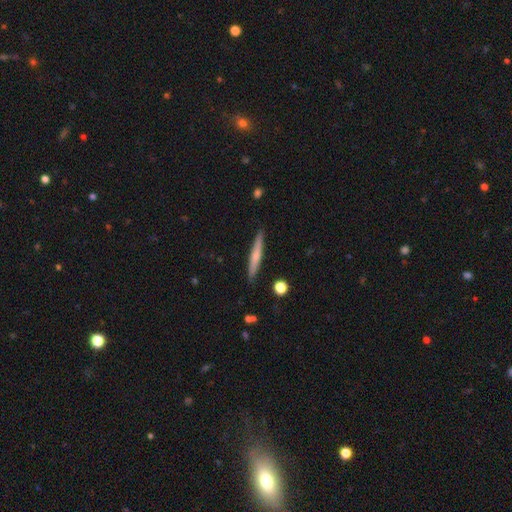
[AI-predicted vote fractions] Q: Smooth or featured?
A: smooth (52%); runner-up: featured or disk (42%)
Q: How rounded?
A: cigar-shaped (95%); runner-up: in between (4%)
Q: Merging?
A: none (90%); runner-up: minor disturbance (7%)